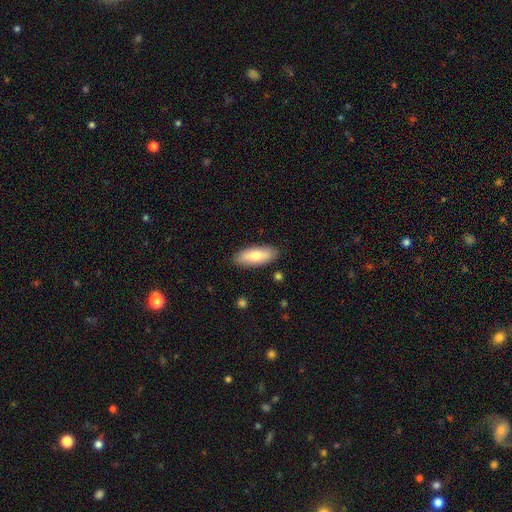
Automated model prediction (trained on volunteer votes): Overall: smooth (74%). How rounded: in between (76%). Merging: none (87%).